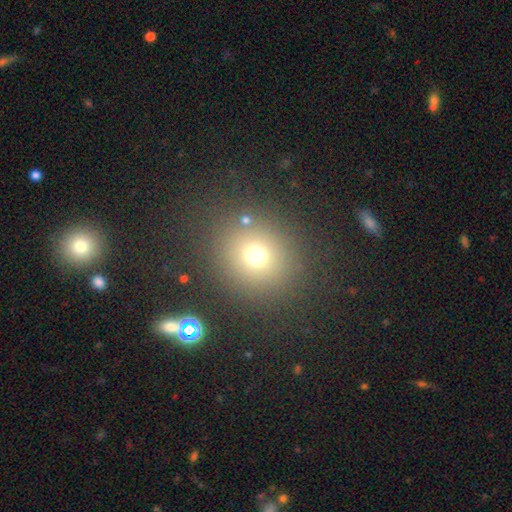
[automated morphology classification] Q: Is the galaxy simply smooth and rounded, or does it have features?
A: smooth — 69%.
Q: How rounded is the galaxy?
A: round — 86%.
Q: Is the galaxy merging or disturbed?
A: none — 83%.